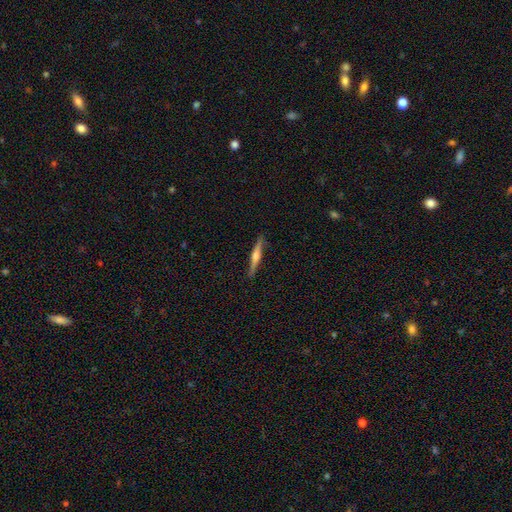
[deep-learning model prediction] Overall: featured or disk (66%; smooth 29%). Edge-on disk: yes (98%). Edge-on bulge: rounded (83%). Merging: none (90%).